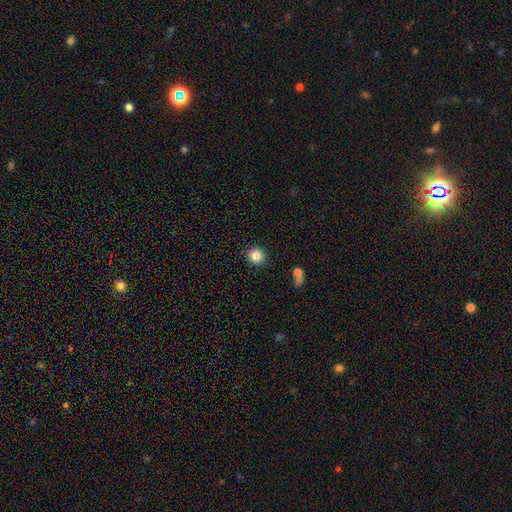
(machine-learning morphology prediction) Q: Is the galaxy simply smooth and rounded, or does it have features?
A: smooth — 85%.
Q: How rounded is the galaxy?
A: round — 93%.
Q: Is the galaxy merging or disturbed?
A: none — 90%.